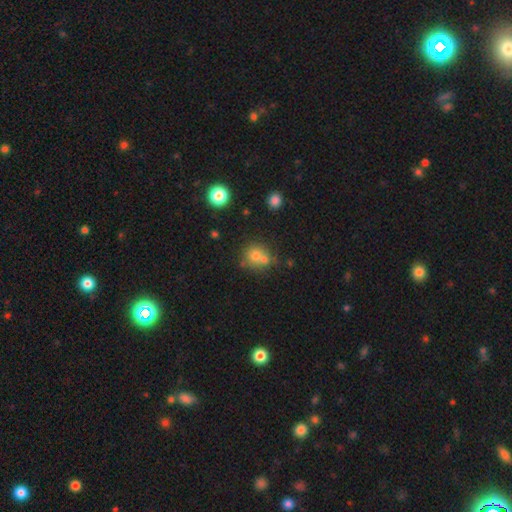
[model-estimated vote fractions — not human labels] Morphology: type=smooth (68%); roundness=round (82%); merging=none (47%).